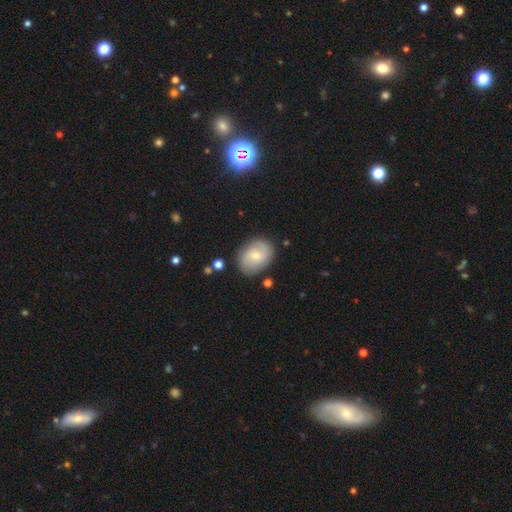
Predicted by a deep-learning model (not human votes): A featured or disk galaxy (51%). Merging: none (80%).